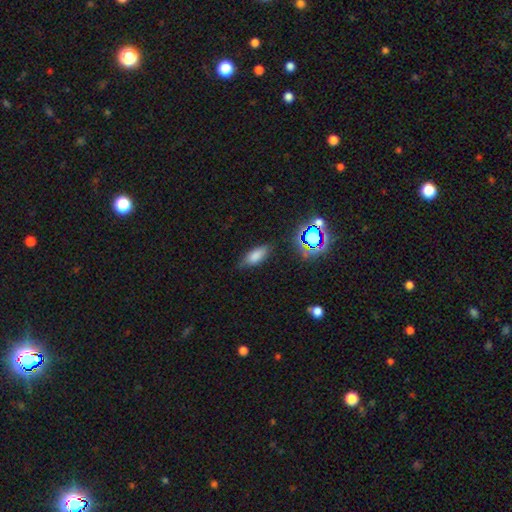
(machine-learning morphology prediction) A smooth galaxy with no disk features (75%) that is in between round and cigar-shaped (81%).

Vote fractions:
- Smooth or featured? smooth: 75% / star or artifact: 13% / featured or disk: 12%
- How rounded? in between: 81% / cigar-shaped: 15% / round: 4%
- Merging? none: 72% / minor disturbance: 21% / major disturbance: 5% / merger: 2%